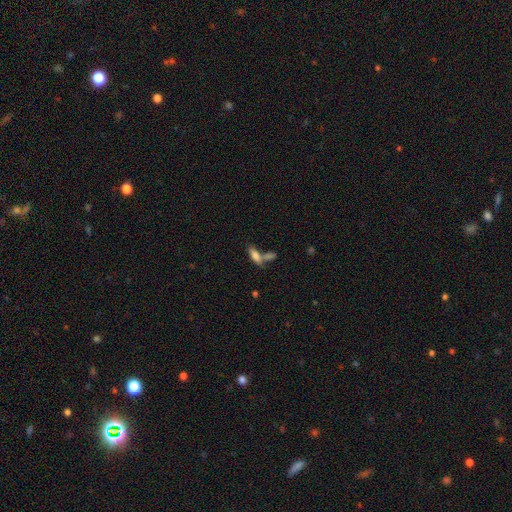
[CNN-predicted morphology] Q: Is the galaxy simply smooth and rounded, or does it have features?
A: smooth — 75%.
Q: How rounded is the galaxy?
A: in between — 70%.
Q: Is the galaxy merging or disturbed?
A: none — 43%.